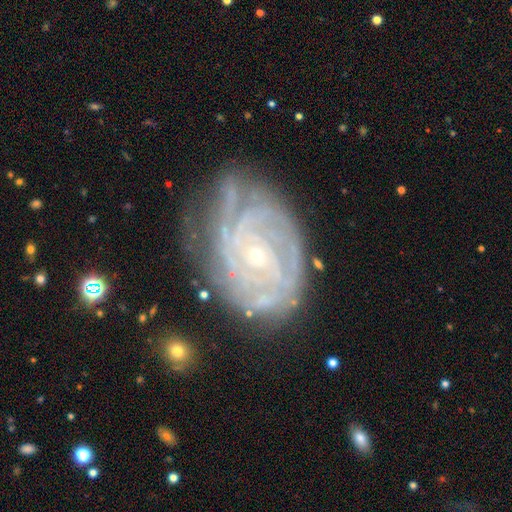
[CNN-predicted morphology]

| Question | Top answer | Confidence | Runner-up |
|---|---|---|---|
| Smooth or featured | featured or disk | 86% | star or artifact (7%) |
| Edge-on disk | no | 97% | yes (3%) |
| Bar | no | 68% | weak (25%) |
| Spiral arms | yes | 96% | no (4%) |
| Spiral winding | tight | 76% | medium (20%) |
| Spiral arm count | can't tell | 35% | 4 (19%) |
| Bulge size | small | 82% | moderate (14%) |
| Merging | none | 60% | minor disturbance (26%) |